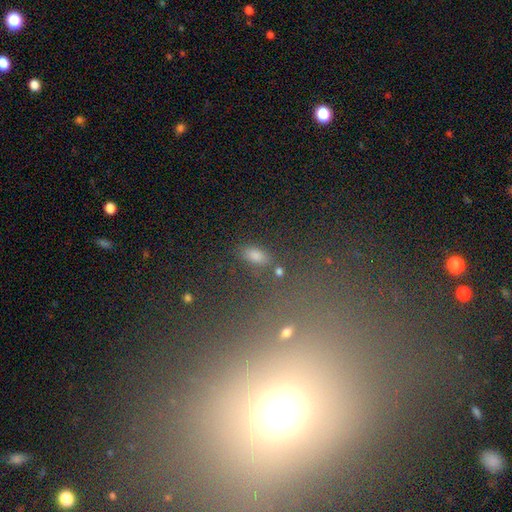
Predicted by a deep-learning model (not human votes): Q: Smooth or featured?
A: smooth (75%); runner-up: star or artifact (16%)
Q: How rounded?
A: in between (82%); runner-up: cigar-shaped (10%)
Q: Merging?
A: none (74%); runner-up: minor disturbance (13%)